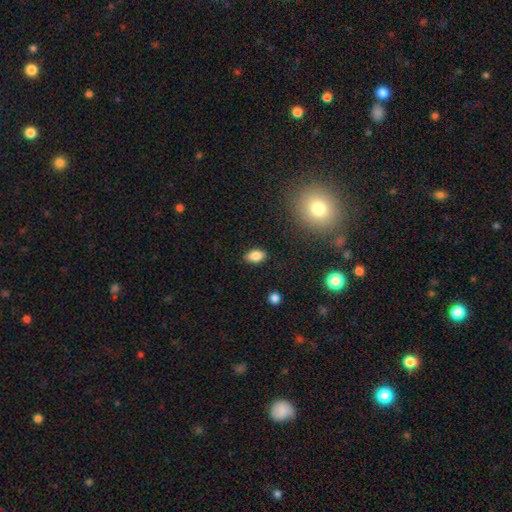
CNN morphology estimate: A smooth galaxy with no disk features (83%) that is in between round and cigar-shaped (89%).

Vote fractions:
- Smooth or featured? smooth: 83% / star or artifact: 9% / featured or disk: 7%
- How rounded? in between: 89% / round: 9% / cigar-shaped: 3%
- Merging? none: 84% / minor disturbance: 12% / major disturbance: 3% / merger: 1%